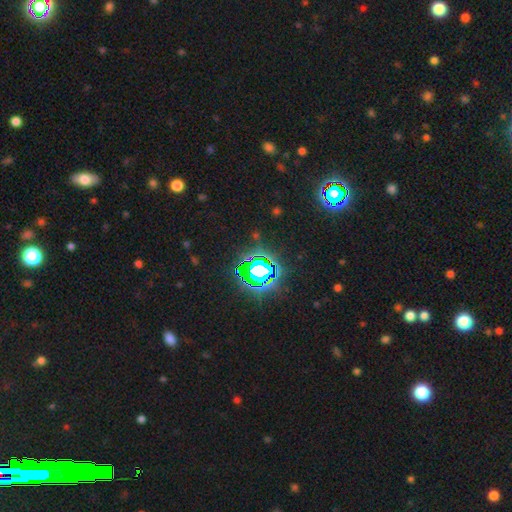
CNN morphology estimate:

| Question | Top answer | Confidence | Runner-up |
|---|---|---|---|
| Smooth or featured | star or artifact | 79% | smooth (13%) |